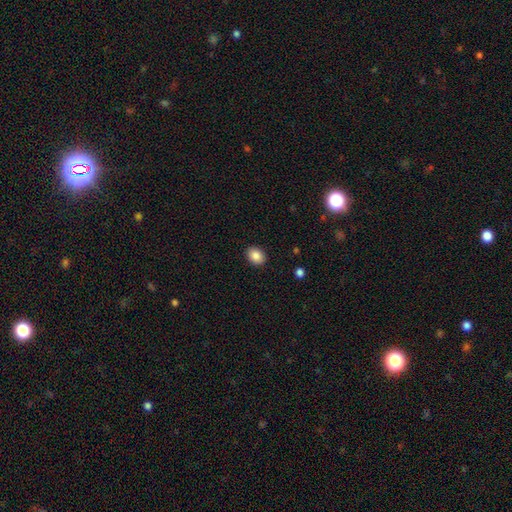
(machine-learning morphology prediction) This is clearly a smooth galaxy (87%). How rounded: likely in between (68%). Merging: clearly none (90%).